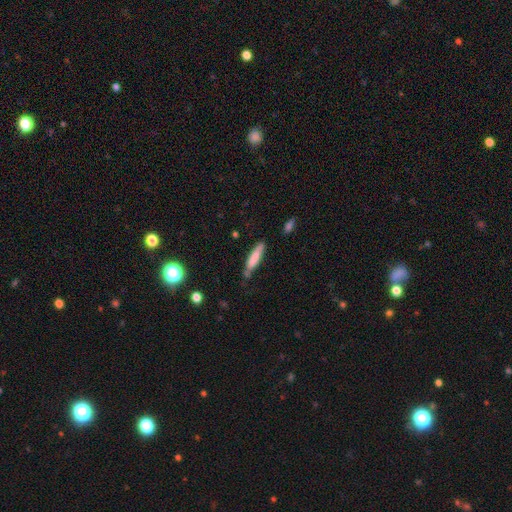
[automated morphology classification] This is likely a smooth galaxy (74%). How rounded: clearly cigar-shaped (85%). Merging: likely none (65%).